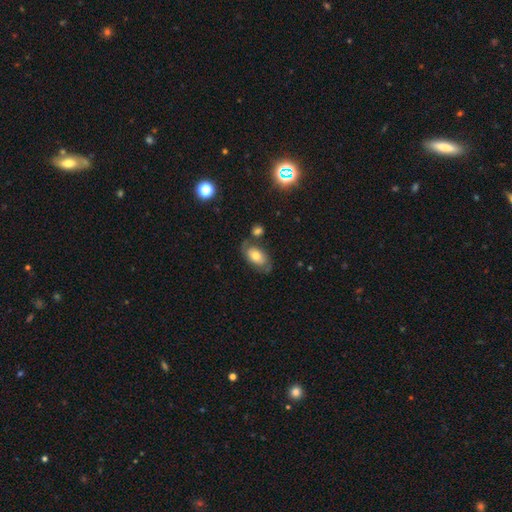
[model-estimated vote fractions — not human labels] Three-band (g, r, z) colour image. It shows a smooth galaxy with no disk features (53%) that is in between round and cigar-shaped (90%). Merging: none (61%).